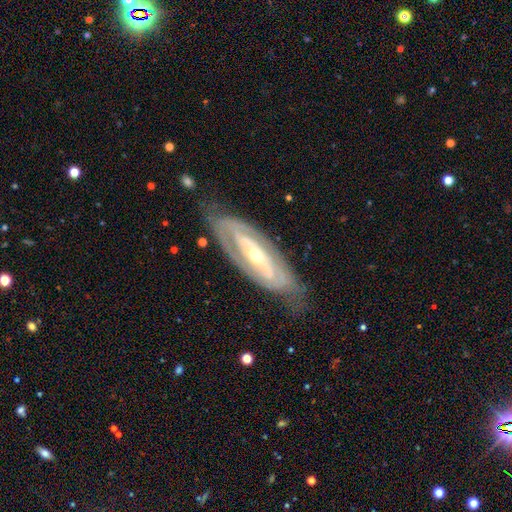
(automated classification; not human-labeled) Smooth or featured: featured or disk — 84% (smooth — 11%)
Edge-on disk: no — 86% (yes — 14%)
Bar: no — 46% (strong — 29%)
Spiral arms: yes — 79% (no — 21%)
Spiral winding: tight — 63% (medium — 28%)
Spiral arm count: 2 — 57% (can't tell — 30%)
Bulge size: small — 55% (moderate — 41%)
Merging: none — 72% (minor disturbance — 18%)